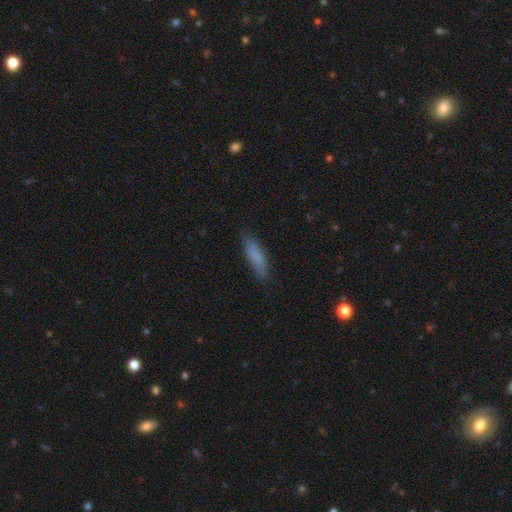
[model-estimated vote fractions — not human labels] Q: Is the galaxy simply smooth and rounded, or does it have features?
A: smooth — 82%.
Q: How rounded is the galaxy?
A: cigar-shaped — 64%.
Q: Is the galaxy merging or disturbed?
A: none — 83%.